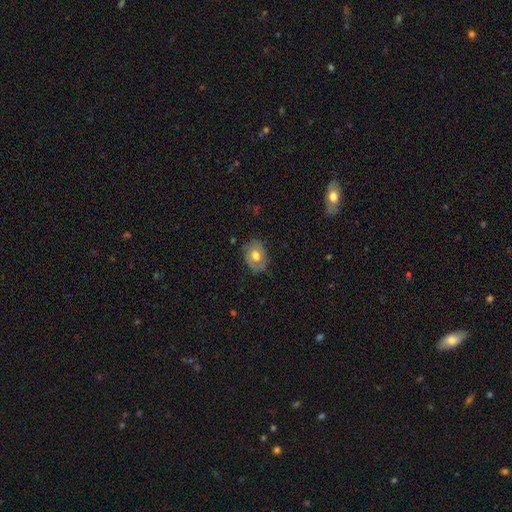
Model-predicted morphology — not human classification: Smooth or featured? smooth (53%)
How rounded? in between (69%)
Merging? none (72%)